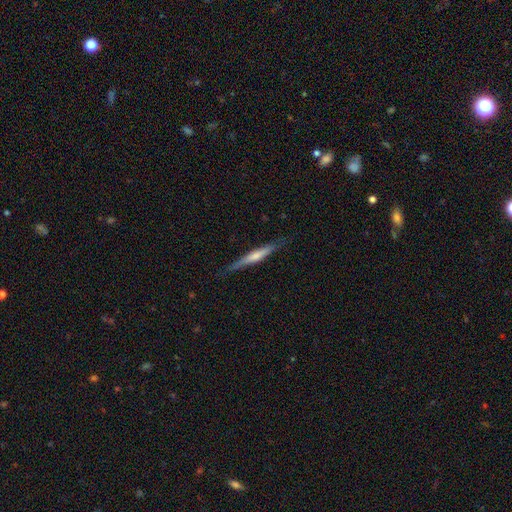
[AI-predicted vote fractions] A featured or disk galaxy (50%). Merging: none (84%).